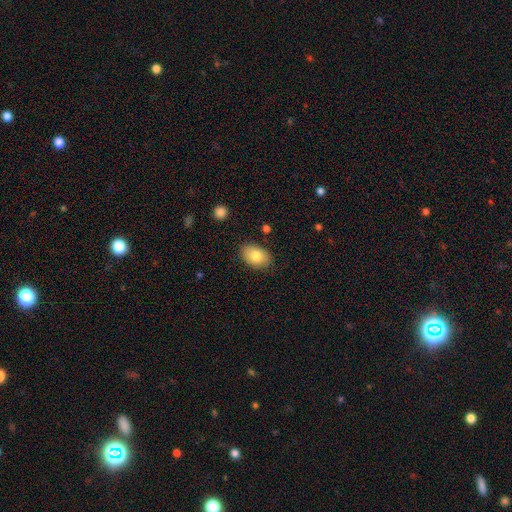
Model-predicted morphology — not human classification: The model was most divided on "smooth or featured": smooth: 79%, featured or disk: 14%, star or artifact: 7%. More confident: how rounded — in between (85%); merging — none (84%).